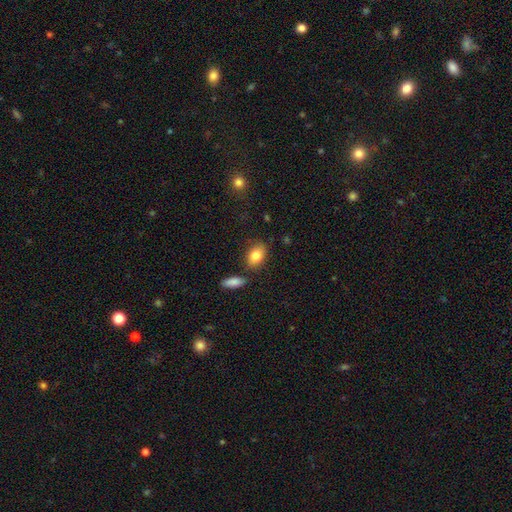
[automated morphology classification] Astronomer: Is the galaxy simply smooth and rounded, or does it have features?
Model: smooth — 83%.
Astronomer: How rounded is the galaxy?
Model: in between — 84%.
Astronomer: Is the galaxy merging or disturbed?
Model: none — 77%.